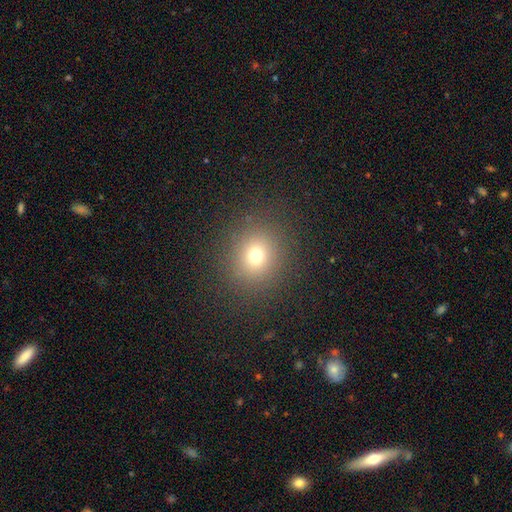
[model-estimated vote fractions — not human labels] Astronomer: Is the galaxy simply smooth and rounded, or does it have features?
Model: smooth — 72%.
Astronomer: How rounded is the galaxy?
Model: round — 84%.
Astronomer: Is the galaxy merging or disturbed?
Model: none — 88%.